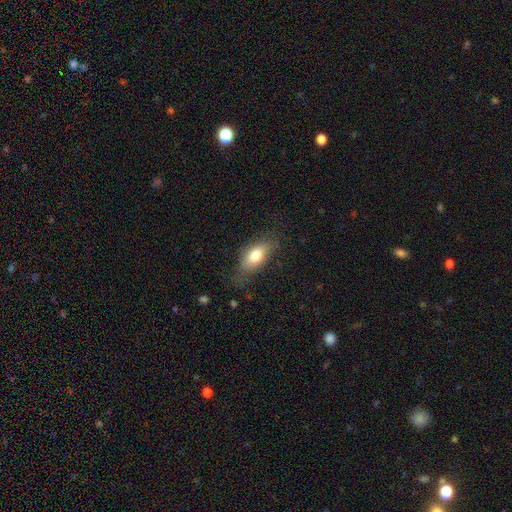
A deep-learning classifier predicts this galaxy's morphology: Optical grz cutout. It shows a smooth galaxy with no disk features (74%) that is in between round and cigar-shaped (85%). Merging: none (65%).